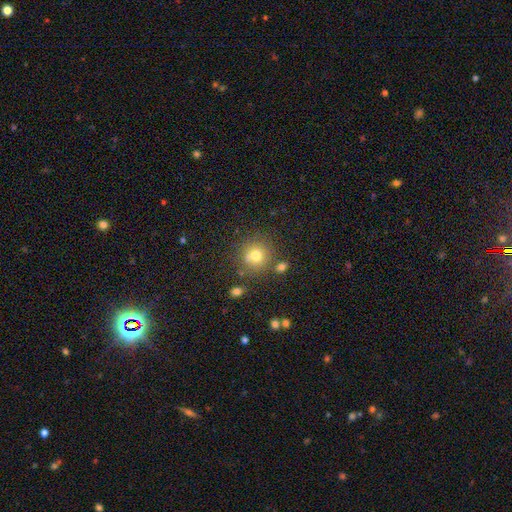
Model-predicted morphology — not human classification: type=smooth (74%); roundness=round (88%); merging=none (70%).